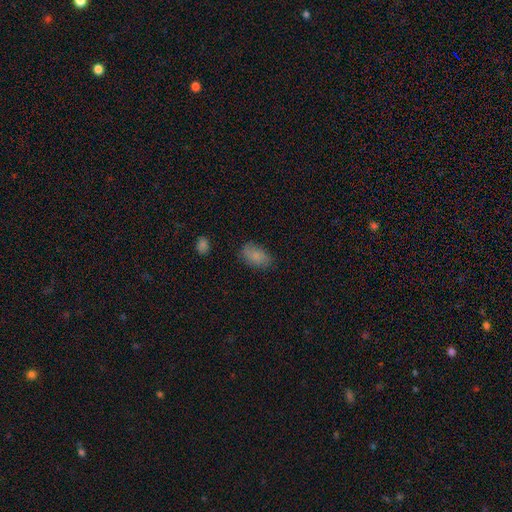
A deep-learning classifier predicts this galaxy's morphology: Smooth or featured? Predicted: smooth (p=0.78). How rounded? Predicted: in between (p=0.90). Merging? Predicted: none (p=0.73).